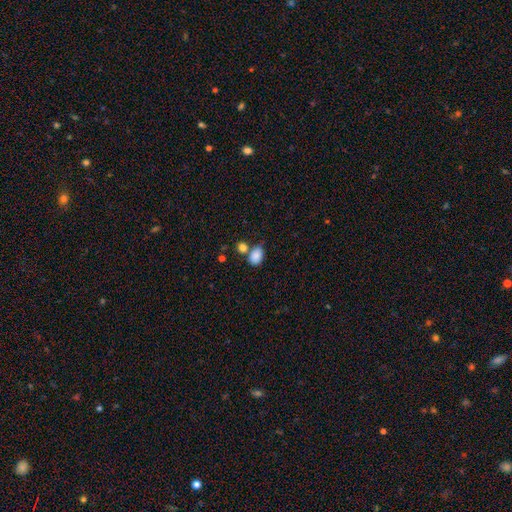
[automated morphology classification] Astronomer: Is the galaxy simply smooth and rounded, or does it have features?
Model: smooth — 86%.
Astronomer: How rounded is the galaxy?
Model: in between — 76%.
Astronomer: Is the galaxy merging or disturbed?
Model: none — 50% (runner-up: merger, 26%).